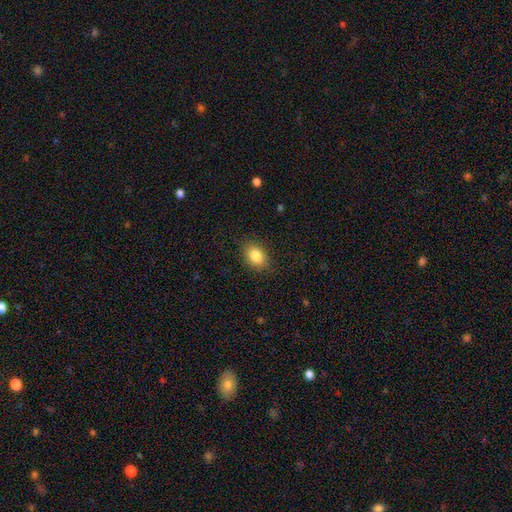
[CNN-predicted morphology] Smooth or featured?
  - smooth: 85% *
  - star or artifact: 8%
  - featured or disk: 7%
How rounded?
  - in between: 77% *
  - round: 22%
  - cigar-shaped: 1%
Merging?
  - none: 85% *
  - minor disturbance: 11%
  - major disturbance: 3%
  - merger: 1%